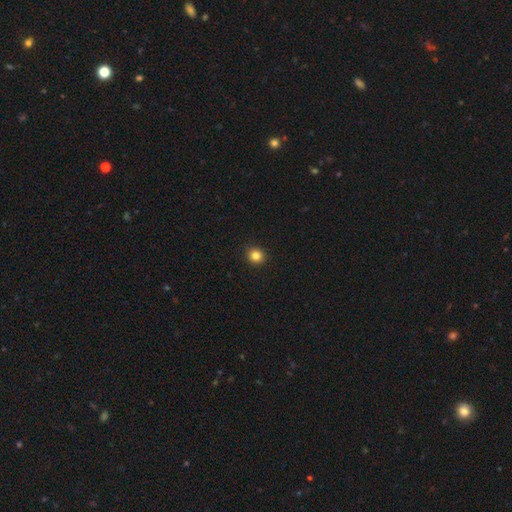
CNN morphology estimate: The model was most divided on "smooth or featured": smooth: 84%, star or artifact: 11%, featured or disk: 4%. More confident: merging — none (92%); how rounded — round (89%).